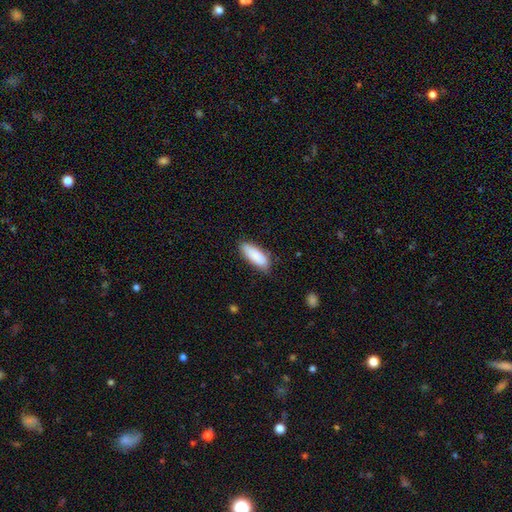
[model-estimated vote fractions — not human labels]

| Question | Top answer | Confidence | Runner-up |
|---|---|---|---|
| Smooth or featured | smooth | 87% | featured or disk (7%) |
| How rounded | in between | 68% | cigar-shaped (30%) |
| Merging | none | 78% | minor disturbance (17%) |